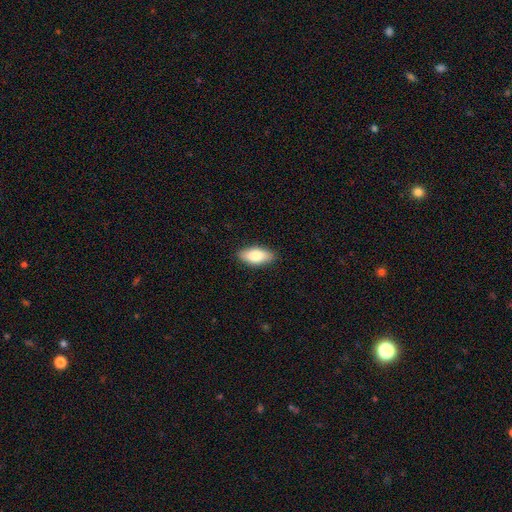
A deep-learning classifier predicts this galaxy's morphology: A smooth galaxy with no disk features (80%) that is in between round and cigar-shaped (87%). Merging: none (88%).